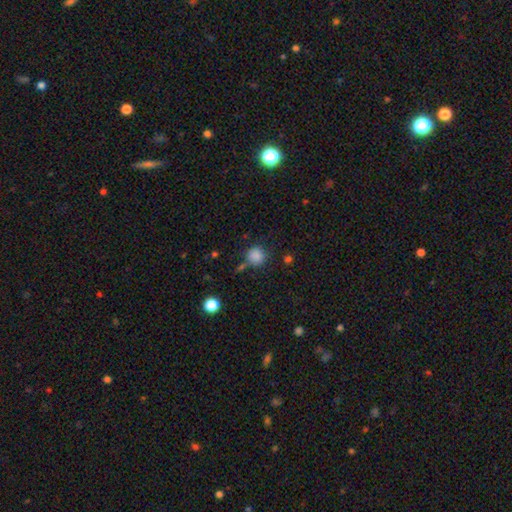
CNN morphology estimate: This is clearly a smooth galaxy (85%). How rounded: clearly round (89%). Merging: likely none (71%).